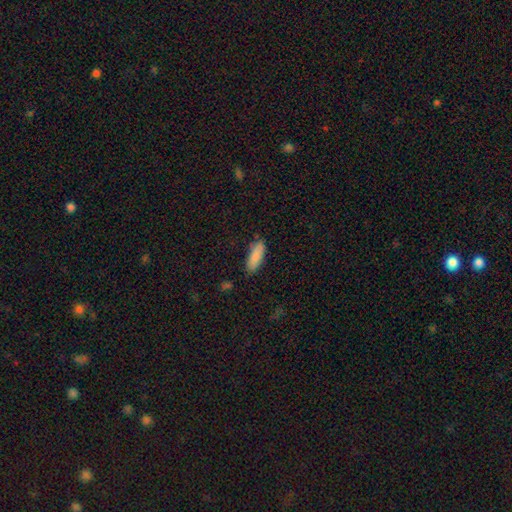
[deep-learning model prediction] Overall: smooth (87%). How rounded: in between (62%; cigar-shaped 36%). Merging: none (78%).